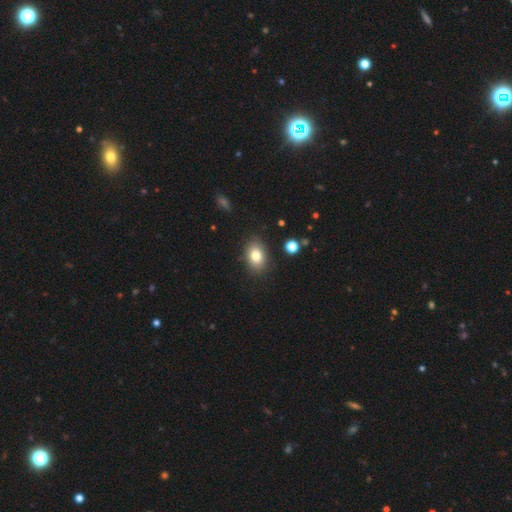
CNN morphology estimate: Smooth or featured: smooth — 81% (featured or disk — 10%)
How rounded: in between — 80% (round — 18%)
Merging: none — 85% (minor disturbance — 11%)